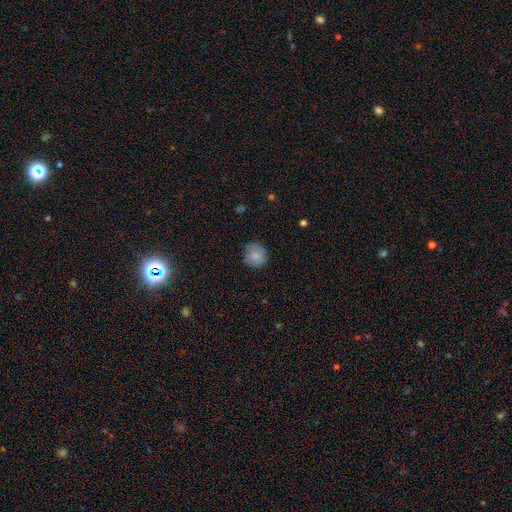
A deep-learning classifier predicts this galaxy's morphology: This appears to be a smooth galaxy with no disk features (84%) that is round (88%). Merging: none (74%).